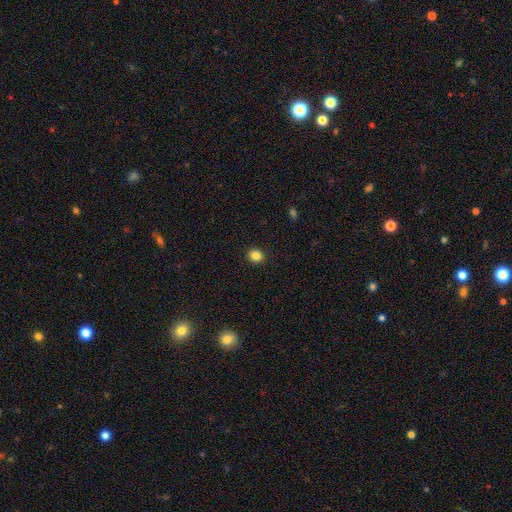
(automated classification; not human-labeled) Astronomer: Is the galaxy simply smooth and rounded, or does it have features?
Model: smooth — 85%.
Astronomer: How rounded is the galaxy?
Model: round — 78%.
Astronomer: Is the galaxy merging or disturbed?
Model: none — 92%.